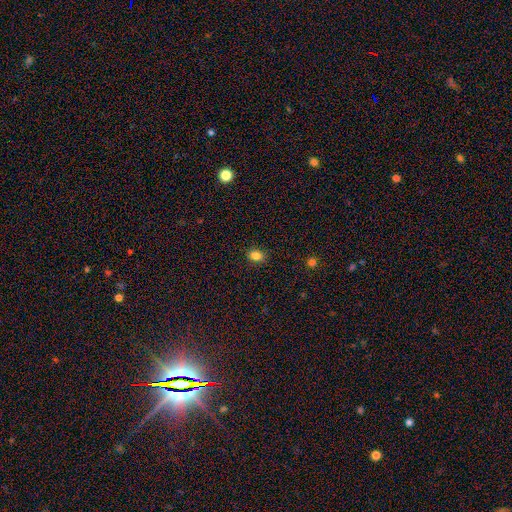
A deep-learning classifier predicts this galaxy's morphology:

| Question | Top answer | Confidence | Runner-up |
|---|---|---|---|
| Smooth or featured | smooth | 83% | star or artifact (12%) |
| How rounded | in between | 57% | round (41%) |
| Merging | none | 89% | minor disturbance (8%) |